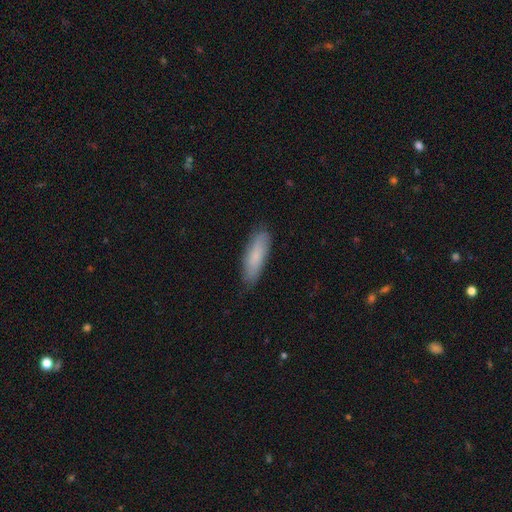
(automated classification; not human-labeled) Smooth or featured?
  - smooth: 77% *
  - featured or disk: 16%
  - star or artifact: 6%
How rounded?
  - cigar-shaped: 51% *
  - in between: 47%
  - round: 2%
Merging?
  - none: 81% *
  - minor disturbance: 15%
  - major disturbance: 3%
  - merger: 1%